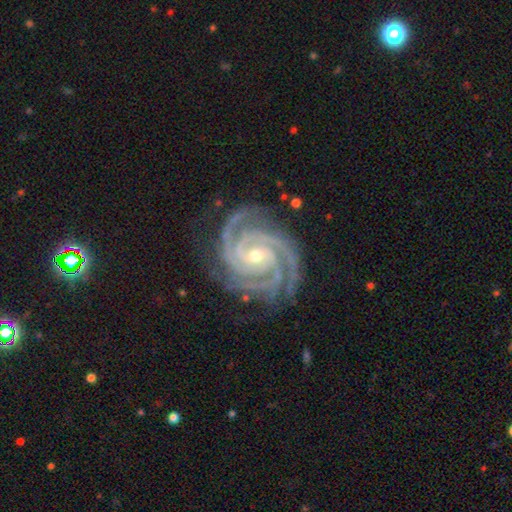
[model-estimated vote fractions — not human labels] Morphology: type=featured or disk (94%); edge-on=no (98%); bar=no (52%); spiral arms=yes (99%); winding=tight (79%); arm count=3 (39%); bulge=small (58%); merging=none (80%).